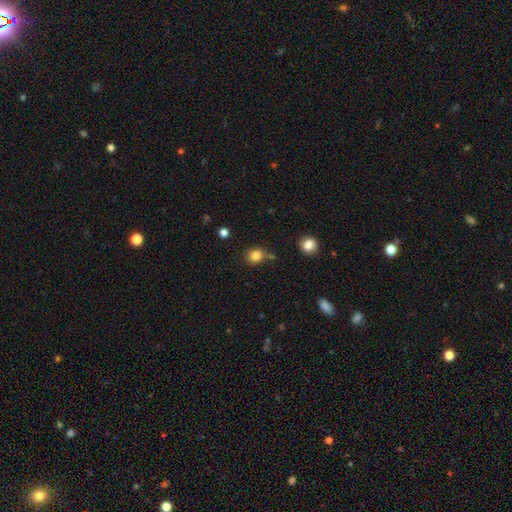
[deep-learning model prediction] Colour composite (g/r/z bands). It shows a smooth galaxy with no disk features (83%) that is round (72%). Merging: none (76%).